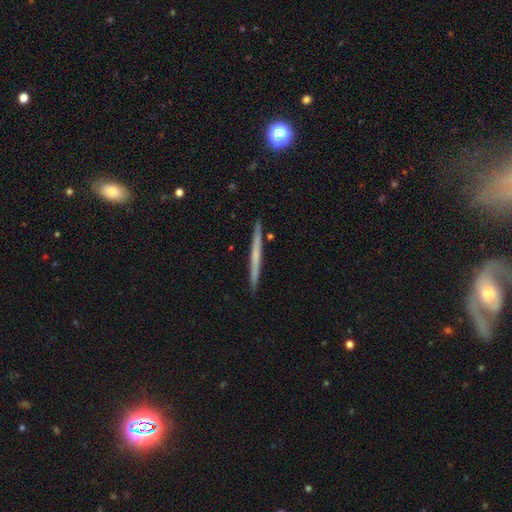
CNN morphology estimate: Smooth or featured? Predicted: featured or disk (p=0.50). Merging? Predicted: none (p=0.92).